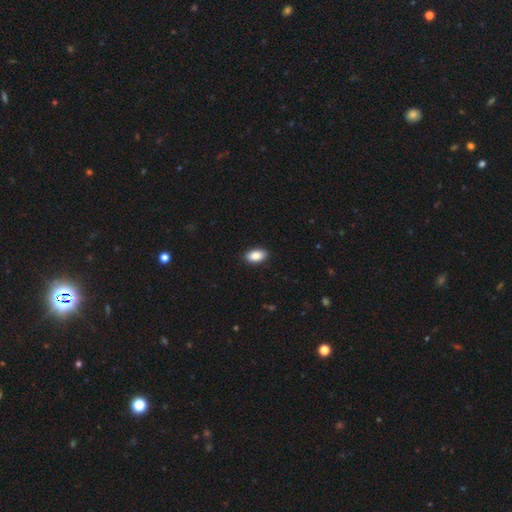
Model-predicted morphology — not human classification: smooth 88%, star or artifact 7%, featured or disk 5%. Down the decision tree: how rounded — in between (93%); merging — none (90%).